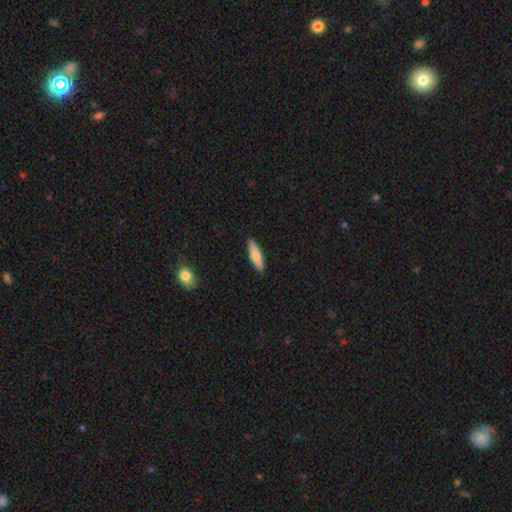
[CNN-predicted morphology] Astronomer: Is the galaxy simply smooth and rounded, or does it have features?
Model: smooth — 69%.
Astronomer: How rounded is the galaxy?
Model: cigar-shaped — 66%.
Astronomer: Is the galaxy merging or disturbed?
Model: none — 90%.